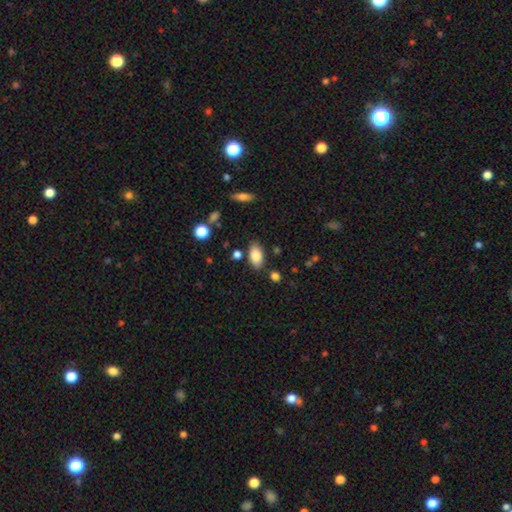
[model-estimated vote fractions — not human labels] This appears to be a smooth galaxy with no disk features (84%) that is in between round and cigar-shaped (92%). Merging: none (81%).